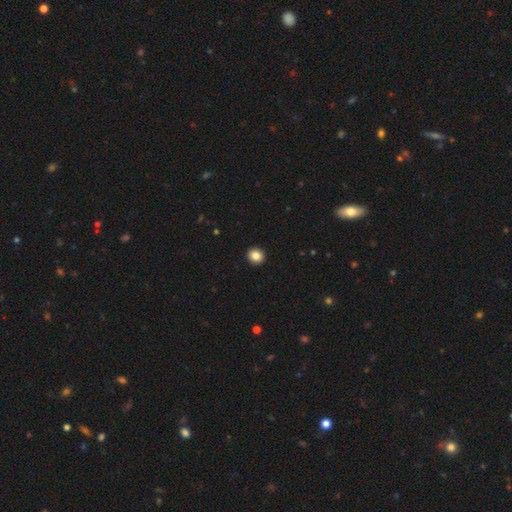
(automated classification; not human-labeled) The model was most divided on "smooth or featured": smooth: 85%, star or artifact: 10%, featured or disk: 5%. More confident: merging — none (94%); how rounded — round (90%).